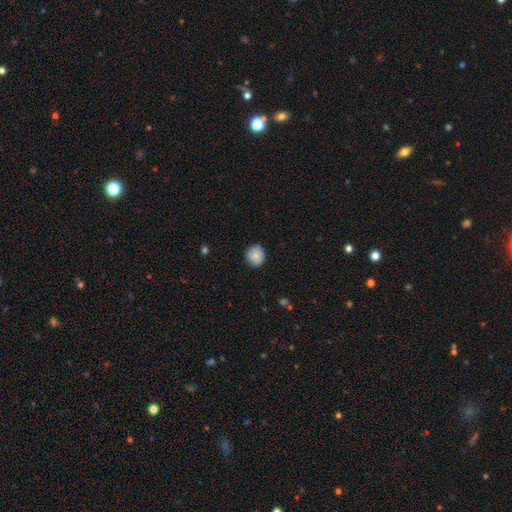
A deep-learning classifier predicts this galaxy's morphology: type=smooth (86%); roundness=round (85%); merging=none (86%).